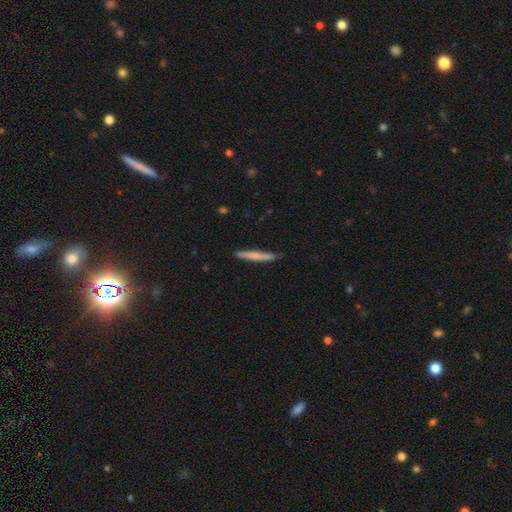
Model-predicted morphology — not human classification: Smooth or featured? Predicted: smooth (p=0.65). How rounded? Predicted: cigar-shaped (p=0.96). Merging? Predicted: none (p=0.86).